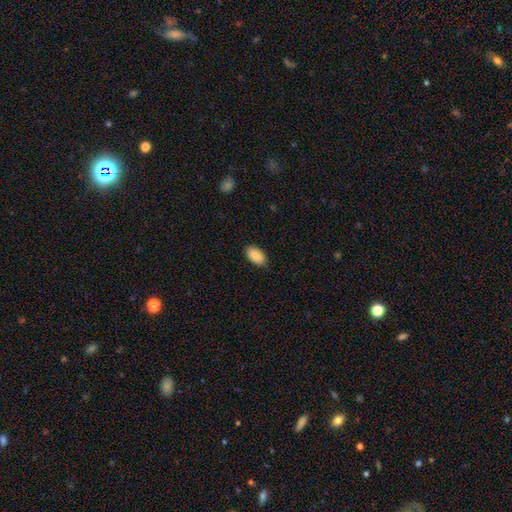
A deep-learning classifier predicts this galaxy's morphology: Smooth or featured?
  - smooth: 89% *
  - star or artifact: 6%
  - featured or disk: 5%
How rounded?
  - in between: 95% *
  - round: 3%
  - cigar-shaped: 2%
Merging?
  - none: 87% *
  - minor disturbance: 10%
  - major disturbance: 2%
  - merger: 1%